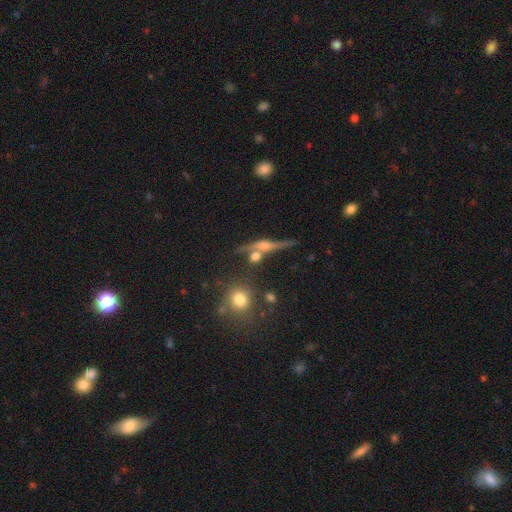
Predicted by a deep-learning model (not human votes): featured or disk 59%, smooth 28%, star or artifact 13%. Down the decision tree: edge-on disk — yes (78%); merging — none (58%).